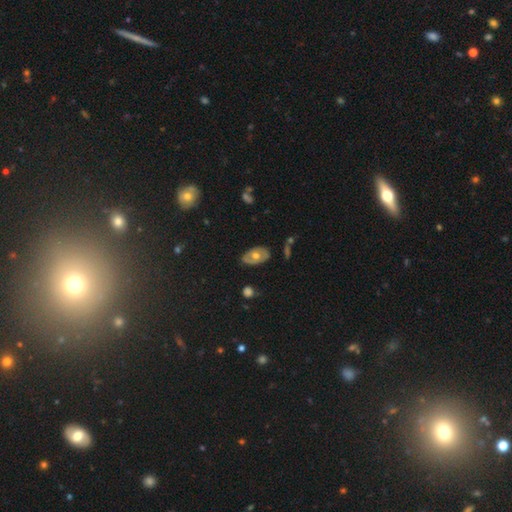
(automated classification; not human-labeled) Smooth or featured? featured or disk (49%)
Merging? none (73%)